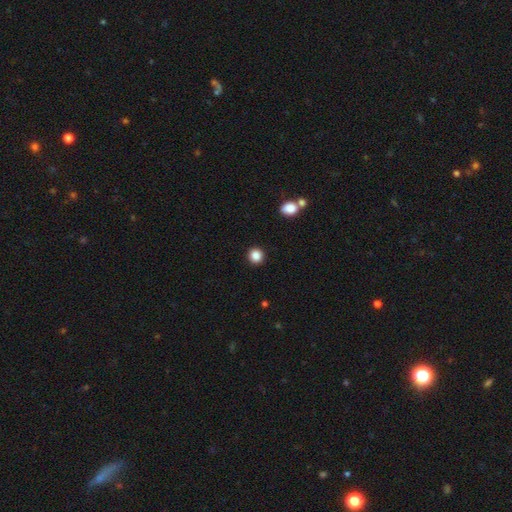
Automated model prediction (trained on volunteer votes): Smooth or featured?
  - smooth: 86% *
  - star or artifact: 10%
  - featured or disk: 3%
How rounded?
  - round: 92% *
  - in between: 7%
  - cigar-shaped: 1%
Merging?
  - none: 92% *
  - minor disturbance: 5%
  - major disturbance: 2%
  - merger: 1%